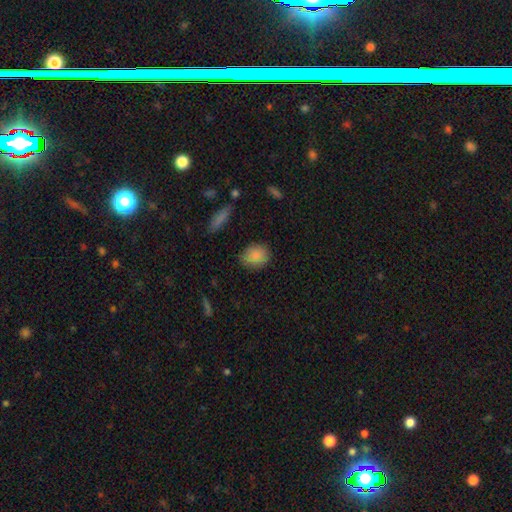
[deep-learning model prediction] Q: Smooth or featured?
A: smooth (87%); runner-up: star or artifact (8%)
Q: How rounded?
A: round (52%); runner-up: in between (46%)
Q: Merging?
A: none (83%); runner-up: minor disturbance (13%)